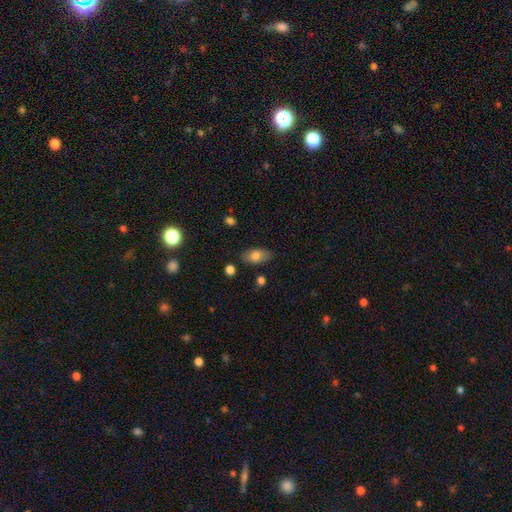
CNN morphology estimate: Smooth or featured: smooth — 76% (featured or disk — 16%)
How rounded: in between — 91% (cigar-shaped — 5%)
Merging: none — 82% (minor disturbance — 13%)